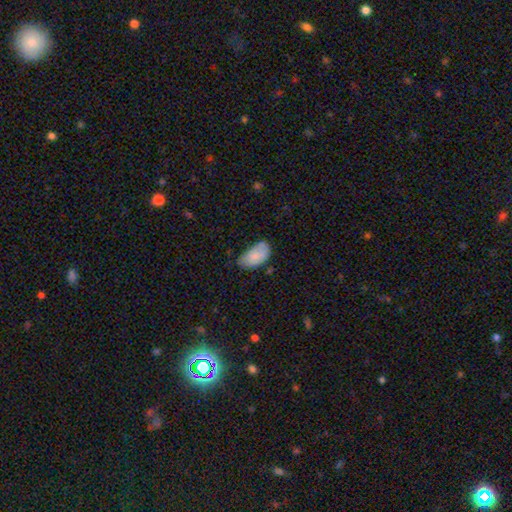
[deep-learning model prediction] A smooth galaxy with no disk features (83%) that is in between round and cigar-shaped (95%).

Vote fractions:
- Smooth or featured? smooth: 83% / featured or disk: 10% / star or artifact: 7%
- How rounded? in between: 95% / round: 3% / cigar-shaped: 2%
- Merging? none: 51% / minor disturbance: 37% / major disturbance: 8% / merger: 4%